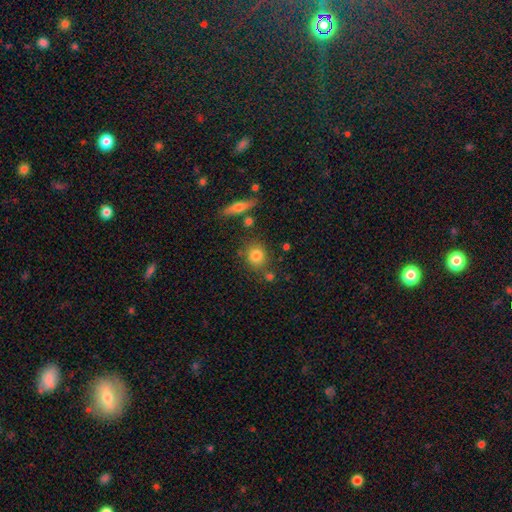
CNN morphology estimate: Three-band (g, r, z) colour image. It shows a smooth galaxy with no disk features (80%) that is round (81%). Merging: none (75%).